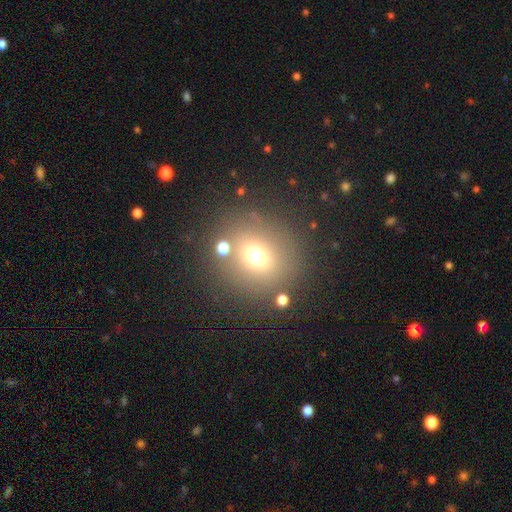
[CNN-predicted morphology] Overall: smooth (67%). How rounded: round (80%). Merging: none (75%).